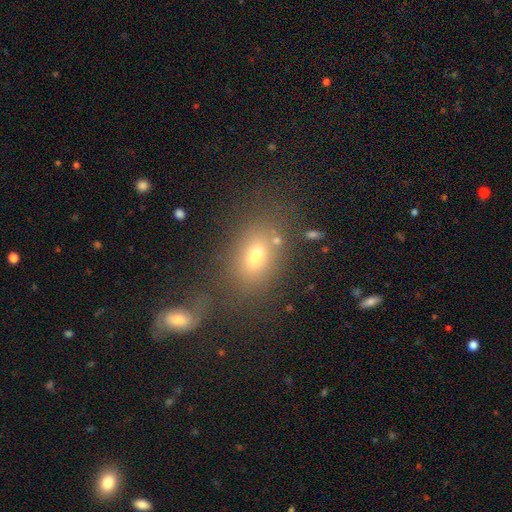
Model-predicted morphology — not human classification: This is likely a smooth galaxy (68%). How rounded: likely in between (79%). Merging: likely none (65%).